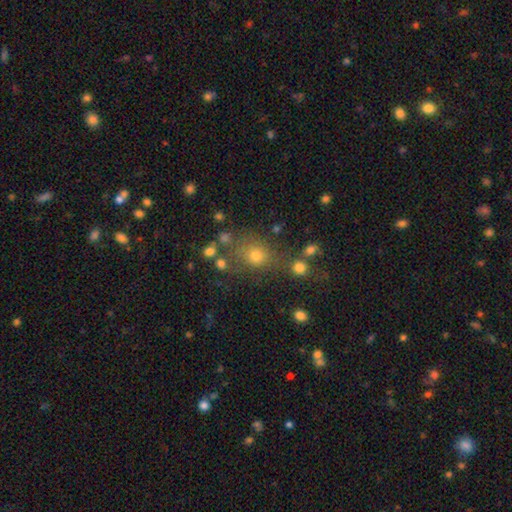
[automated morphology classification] smooth 68%, star or artifact 21%, featured or disk 11%. Down the decision tree: how rounded — round (72%); merging — none (64%).